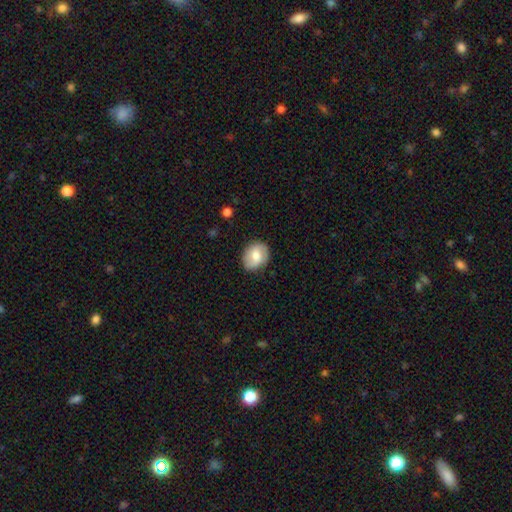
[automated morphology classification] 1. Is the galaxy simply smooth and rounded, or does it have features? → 49% smooth, 44% featured or disk, 7% star or artifact.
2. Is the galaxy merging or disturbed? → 84% none, 12% minor disturbance, 3% major disturbance, 1% merger.